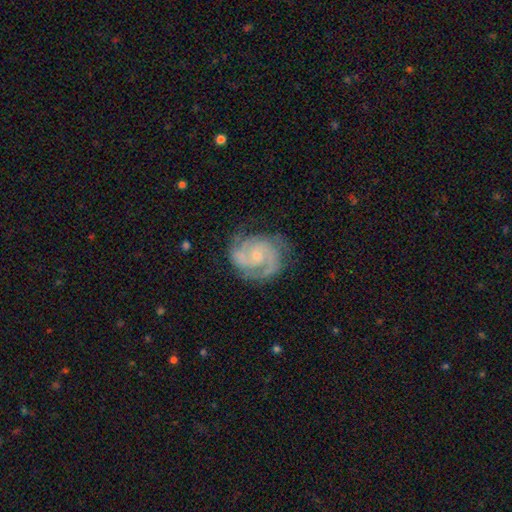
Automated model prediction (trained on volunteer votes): Overall: featured or disk (89%). Edge-on disk: no (98%). Bar: no (65%; weak 30%). Spiral arms: yes (98%). Spiral arm count: 2 (69%). Spiral winding: tight (52%; medium 41%). Bulge size: small (69%). Merging: none (74%).